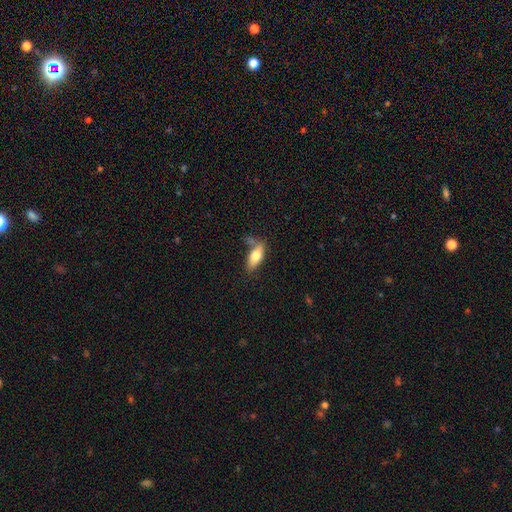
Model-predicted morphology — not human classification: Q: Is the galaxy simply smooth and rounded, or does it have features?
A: smooth — 72%.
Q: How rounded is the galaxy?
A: in between — 78%.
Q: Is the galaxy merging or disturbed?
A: none — 53%.